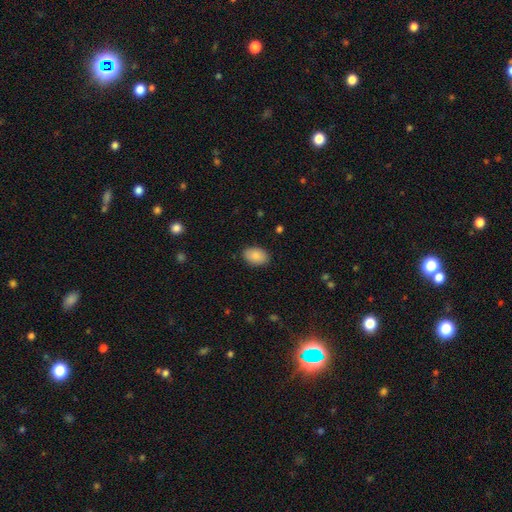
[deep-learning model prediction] smooth-or-featured: smooth: 88% | star or artifact: 7% | featured or disk: 5%
  how-rounded: in between: 89% | round: 10% | cigar-shaped: 1%
  merging: none: 87% | minor disturbance: 9% | major disturbance: 2% | merger: 1%